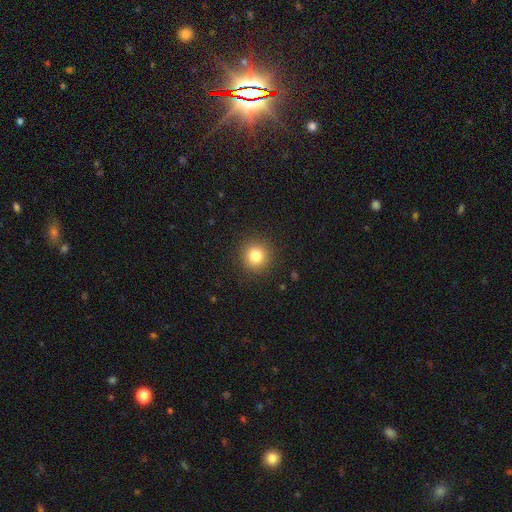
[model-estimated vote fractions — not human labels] Smooth or featured? smooth (81%)
How rounded? round (93%)
Merging? none (91%)